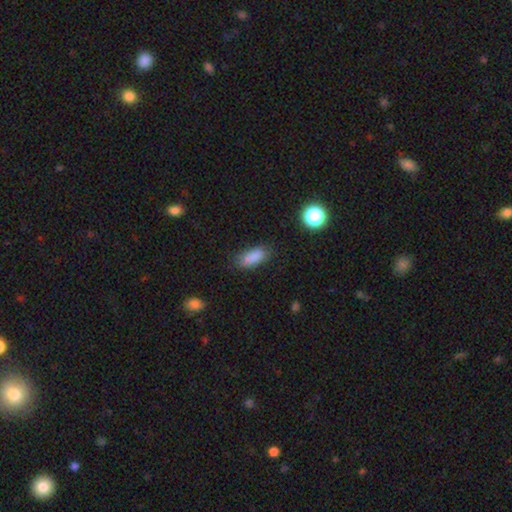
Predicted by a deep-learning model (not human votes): Smooth or featured: smooth — 84% (star or artifact — 10%)
How rounded: in between — 75% (cigar-shaped — 21%)
Merging: none — 76% (minor disturbance — 17%)